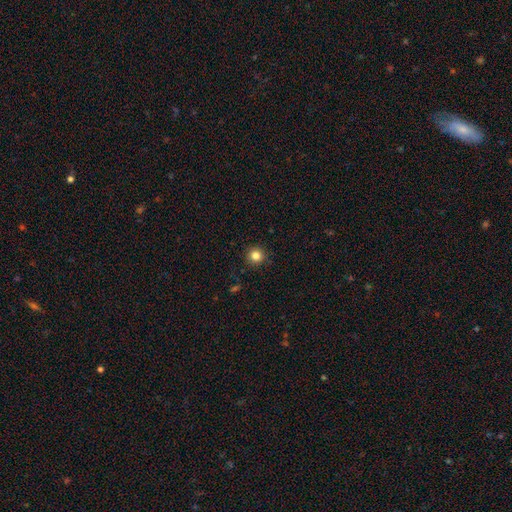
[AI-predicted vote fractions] Smooth or featured? Predicted: smooth (p=0.83). How rounded? Predicted: round (p=0.95). Merging? Predicted: none (p=0.92).